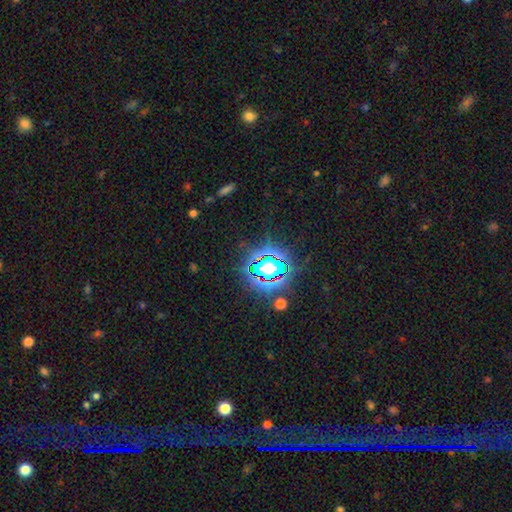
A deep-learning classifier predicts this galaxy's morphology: Overall: star or artifact (79%).